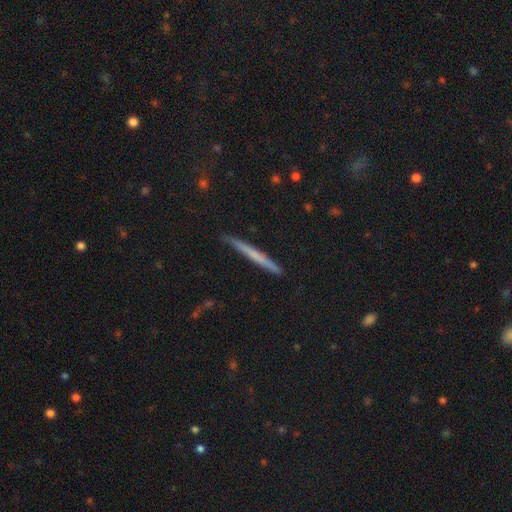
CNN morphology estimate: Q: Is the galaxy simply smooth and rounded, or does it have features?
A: smooth — 48%.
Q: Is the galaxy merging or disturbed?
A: none — 88%.